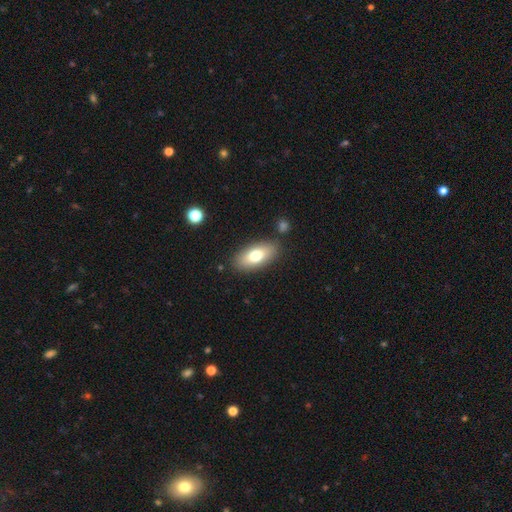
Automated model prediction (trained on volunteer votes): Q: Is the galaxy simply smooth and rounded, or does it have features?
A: smooth — 74%.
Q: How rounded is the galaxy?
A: in between — 89%.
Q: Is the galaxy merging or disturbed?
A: none — 84%.